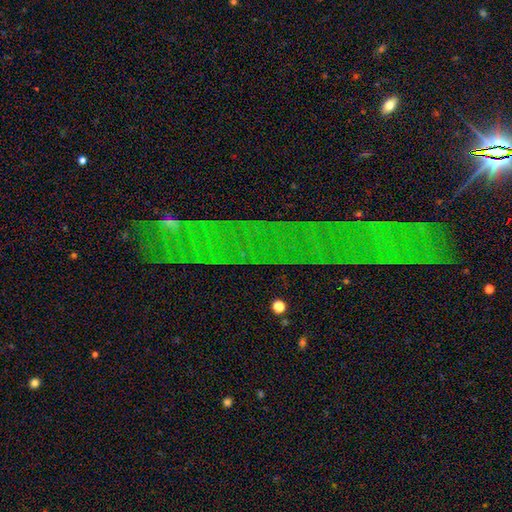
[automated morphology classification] smooth-or-featured: star or artifact: 80% | featured or disk: 11% | smooth: 9%